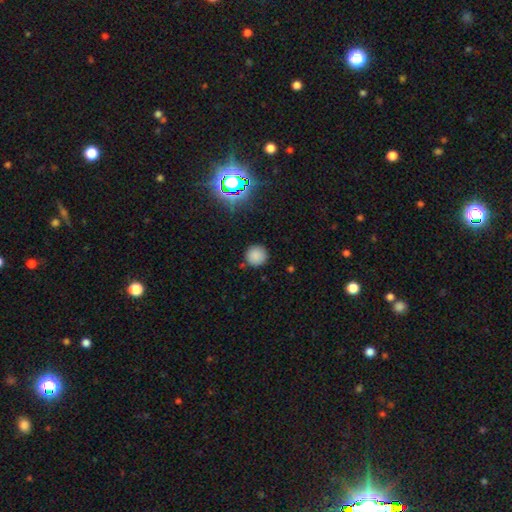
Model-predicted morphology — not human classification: type=smooth (81%); roundness=round (95%); merging=none (88%).